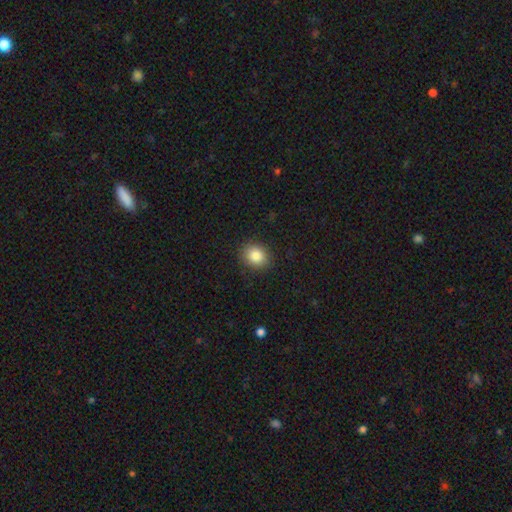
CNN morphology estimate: smooth 85%, star or artifact 9%, featured or disk 6%. Down the decision tree: how rounded — round (64%); merging — none (89%).